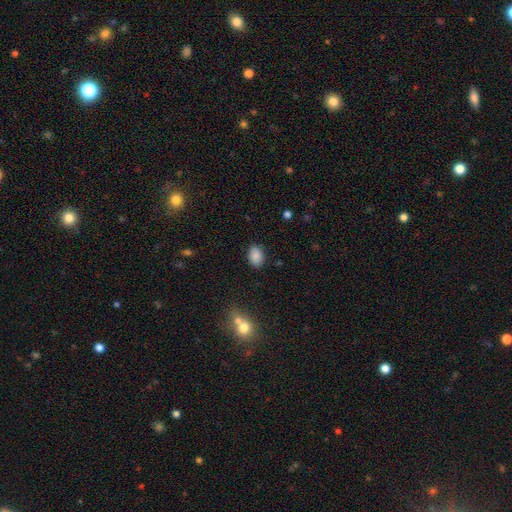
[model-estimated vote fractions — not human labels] Smooth or featured? smooth (87%)
How rounded? in between (81%)
Merging? none (86%)